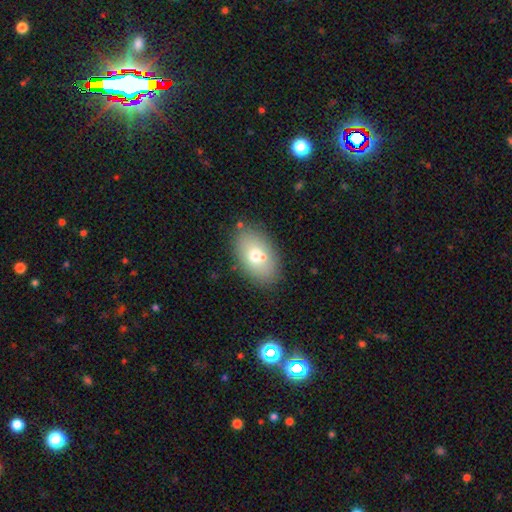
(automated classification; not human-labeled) smooth 67%, featured or disk 23%, star or artifact 10%. Down the decision tree: how rounded — in between (88%); merging — none (75%).